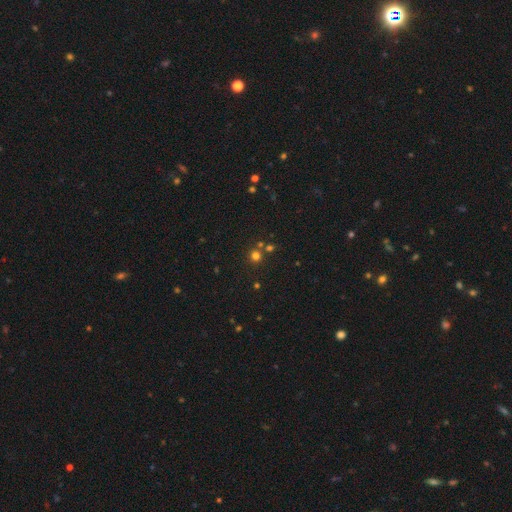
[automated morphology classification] A smooth galaxy with no disk features (70%) that is round (93%).

Vote fractions:
- Smooth or featured? smooth: 70% / star or artifact: 23% / featured or disk: 6%
- How rounded? round: 93% / in between: 6% / cigar-shaped: 1%
- Merging? none: 75% / merger: 16% / minor disturbance: 6% / major disturbance: 3%